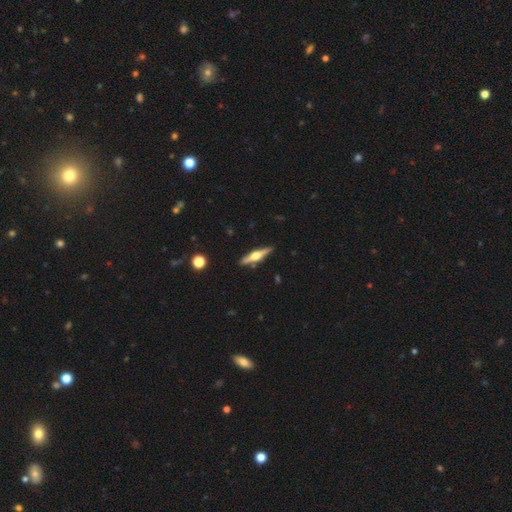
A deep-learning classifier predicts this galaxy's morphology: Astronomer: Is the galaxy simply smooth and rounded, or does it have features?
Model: featured or disk — 69%.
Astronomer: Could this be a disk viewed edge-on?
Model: yes — 97%.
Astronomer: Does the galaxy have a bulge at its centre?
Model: rounded — 93%.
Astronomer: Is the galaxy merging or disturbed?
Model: none — 89%.